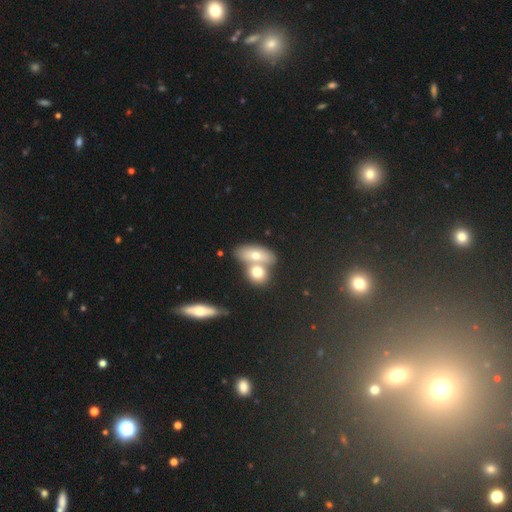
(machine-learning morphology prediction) smooth-or-featured: smooth: 62% | featured or disk: 28% | star or artifact: 10%
  how-rounded: in between: 74% | round: 16% | cigar-shaped: 10%
  merging: merger: 55% | none: 34% | minor disturbance: 8% | major disturbance: 4%